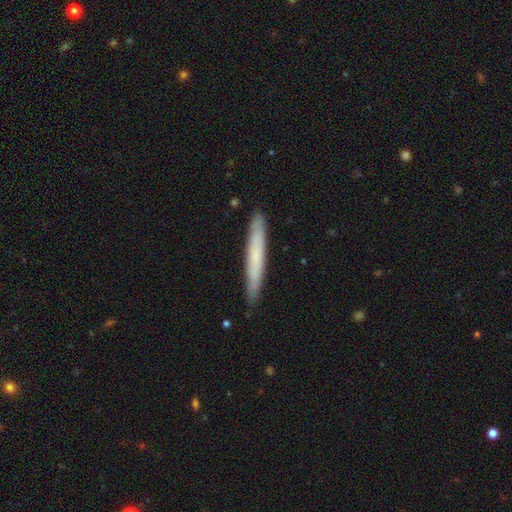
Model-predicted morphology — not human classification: This appears to be a smooth galaxy with no disk features (62%) that is cigar-shaped (96%). Merging: none (88%).